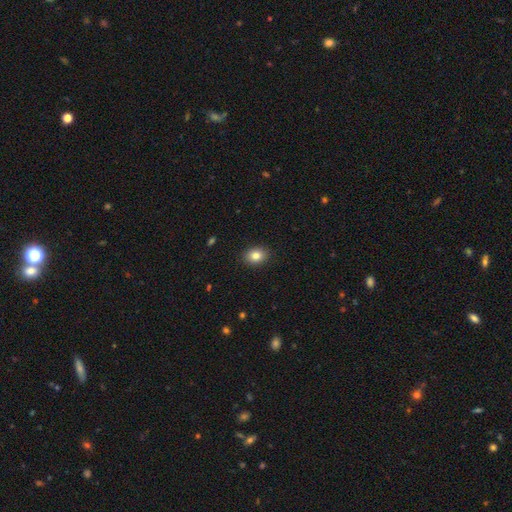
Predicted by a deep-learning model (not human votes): smooth_or_featured: smooth (p=0.84) [alt: star or artifact p=0.09]
how_rounded: in between (p=0.59) [alt: round p=0.40]
merging: none (p=0.90) [alt: minor disturbance p=0.07]